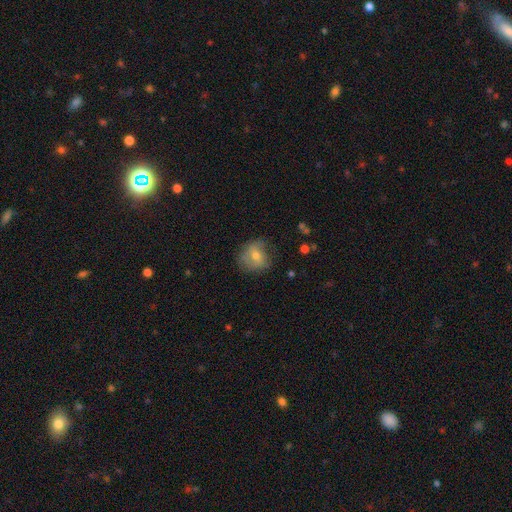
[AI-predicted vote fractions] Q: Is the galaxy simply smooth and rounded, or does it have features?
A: smooth — 59%.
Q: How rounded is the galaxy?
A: round — 71%.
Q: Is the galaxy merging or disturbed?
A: none — 63%.